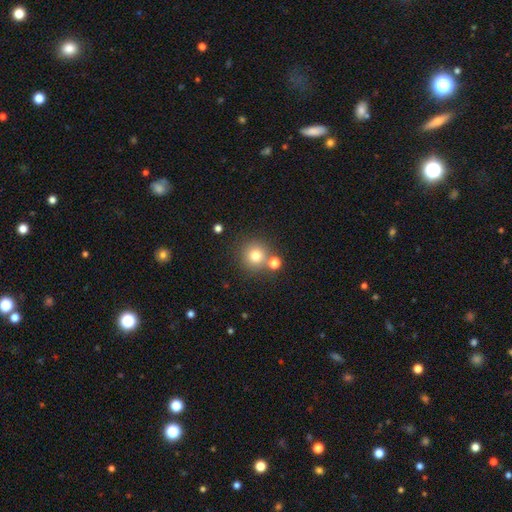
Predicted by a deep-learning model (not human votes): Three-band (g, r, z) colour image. It shows a smooth galaxy with no disk features (76%) that is round (93%). Merging: none (72%).